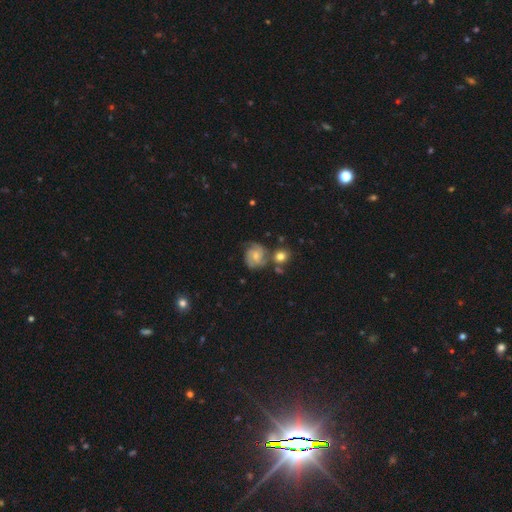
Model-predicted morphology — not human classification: Q: Smooth or featured?
A: featured or disk (71%); runner-up: smooth (21%)
Q: Edge-on disk?
A: no (98%); runner-up: yes (2%)
Q: Bar?
A: no (61%); runner-up: weak (34%)
Q: Spiral arms?
A: yes (94%); runner-up: no (6%)
Q: Spiral winding?
A: tight (53%); runner-up: medium (37%)
Q: Spiral arm count?
A: 2 (36%); runner-up: 3 (32%)
Q: Bulge size?
A: small (48%); runner-up: moderate (44%)
Q: Merging?
A: none (59%); runner-up: minor disturbance (20%)